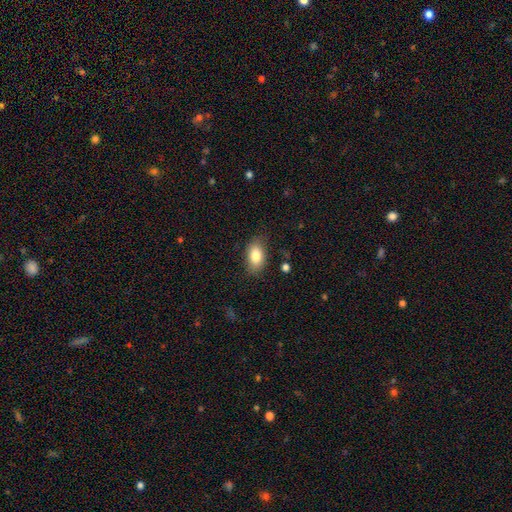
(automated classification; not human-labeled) Morphology: type=smooth (82%); roundness=in between (91%); merging=none (80%).